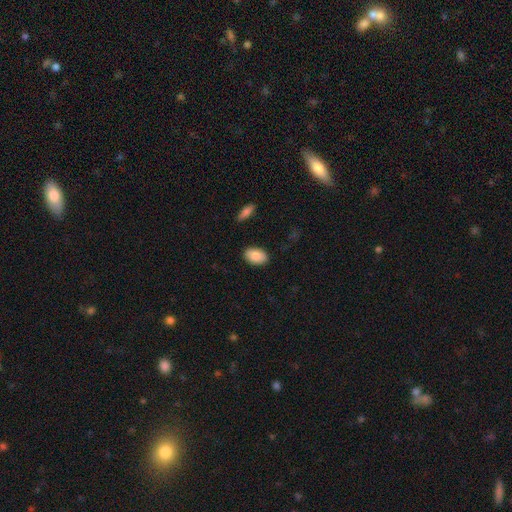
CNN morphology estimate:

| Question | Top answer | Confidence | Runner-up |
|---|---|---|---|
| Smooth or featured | smooth | 87% | featured or disk (6%) |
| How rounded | in between | 91% | round (8%) |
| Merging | none | 87% | minor disturbance (9%) |